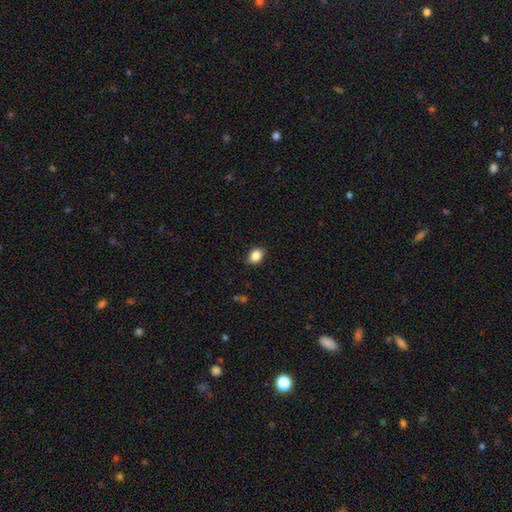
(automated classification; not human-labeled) A smooth galaxy with no disk features (86%) that is in between round and cigar-shaped (62%). Merging: none (88%).